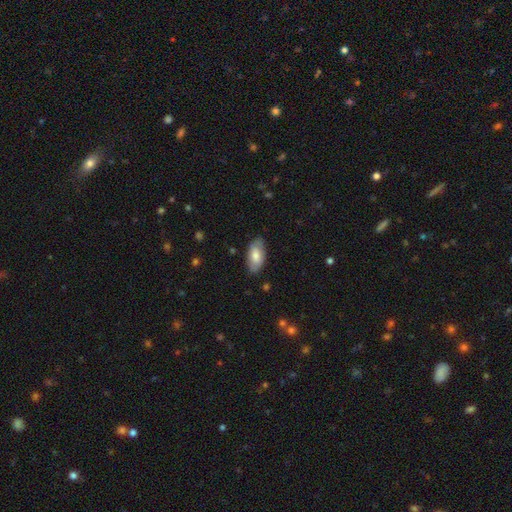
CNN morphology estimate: Smooth or featured: smooth — 70% (featured or disk — 25%)
How rounded: in between — 93% (cigar-shaped — 4%)
Merging: none — 80% (minor disturbance — 16%)